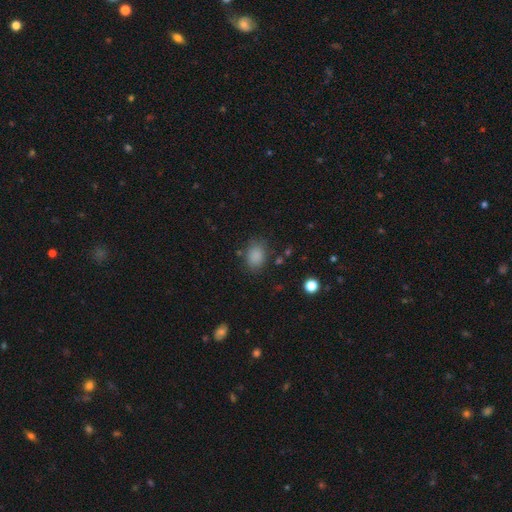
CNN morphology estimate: Overall: smooth (85%). How rounded: in between (62%; round 37%). Merging: none (77%).